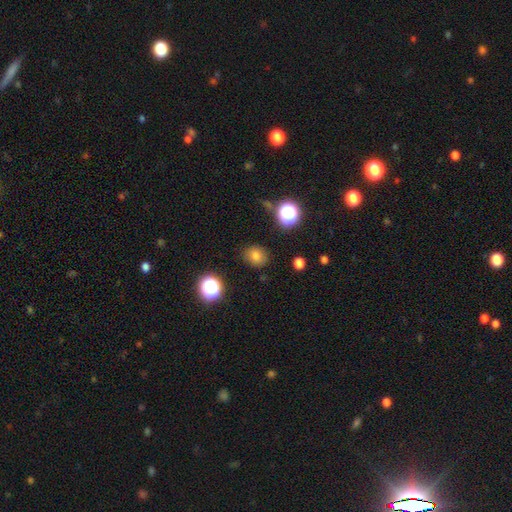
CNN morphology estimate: Smooth or featured? smooth (77%)
How rounded? round (71%)
Merging? none (85%)